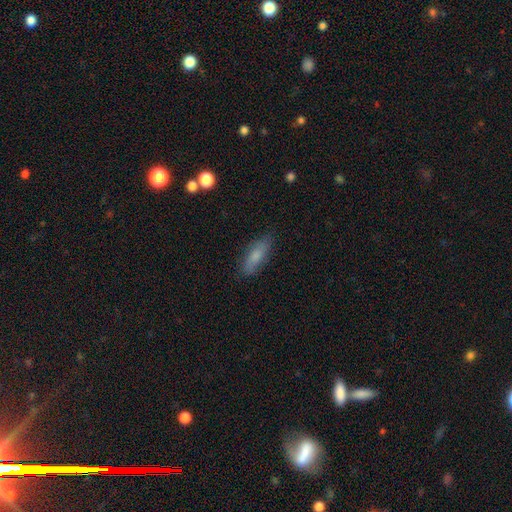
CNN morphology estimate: smooth_or_featured: smooth (p=0.73) [alt: featured or disk p=0.19]
how_rounded: in between (p=0.56) [alt: cigar-shaped p=0.42]
merging: none (p=0.79) [alt: minor disturbance p=0.16]